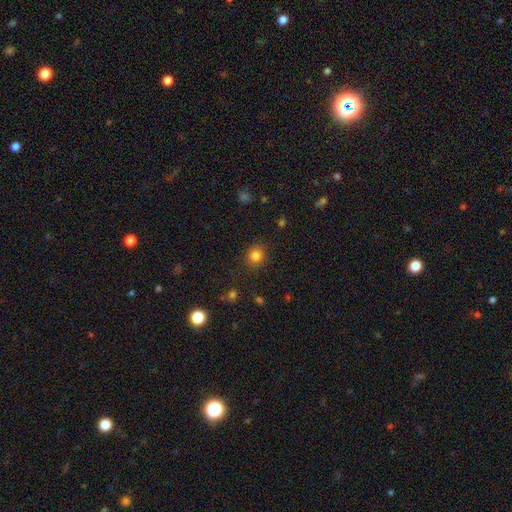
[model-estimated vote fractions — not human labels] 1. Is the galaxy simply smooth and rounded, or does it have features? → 82% smooth, 13% star or artifact, 5% featured or disk.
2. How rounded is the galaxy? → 86% round, 13% in between, 1% cigar-shaped.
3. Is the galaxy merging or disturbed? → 86% none, 9% minor disturbance, 3% major disturbance, 2% merger.